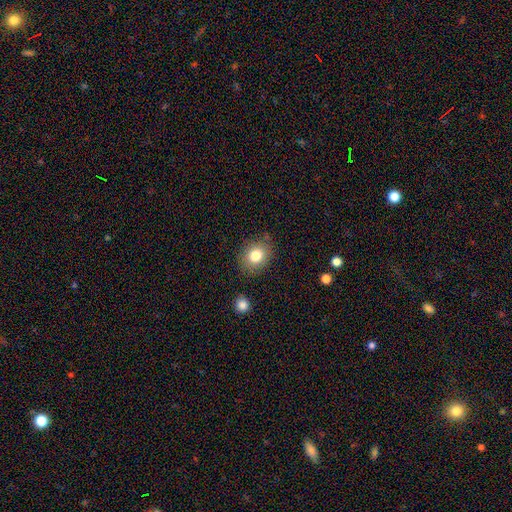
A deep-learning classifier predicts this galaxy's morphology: Smooth or featured: smooth — 81% (featured or disk — 9%)
How rounded: round — 53% (in between — 46%)
Merging: none — 80% (minor disturbance — 13%)